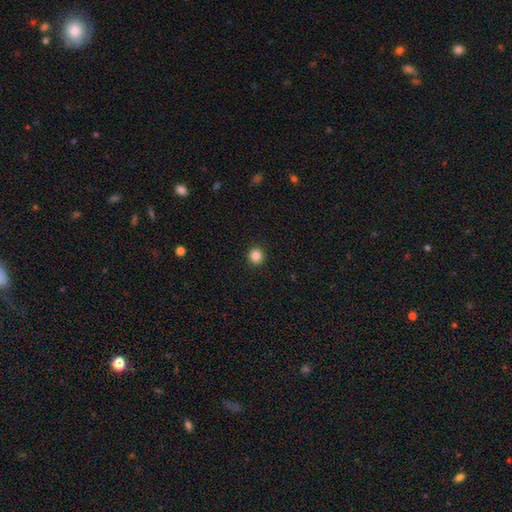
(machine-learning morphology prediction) type=smooth (85%); roundness=round (93%); merging=none (93%).